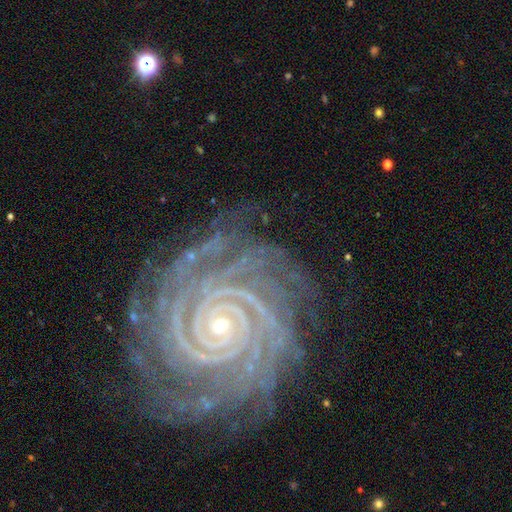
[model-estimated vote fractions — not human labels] Smooth or featured? Predicted: featured or disk (p=0.92). Edge-on disk? Predicted: no (p=0.98). Bar? Predicted: no (p=0.70). Spiral arms? Predicted: yes (p=0.99). Spiral winding? Predicted: tight (p=0.90). Spiral arm count? Predicted: 2 (p=0.24). Bulge size? Predicted: small (p=0.81). Merging? Predicted: none (p=0.80).